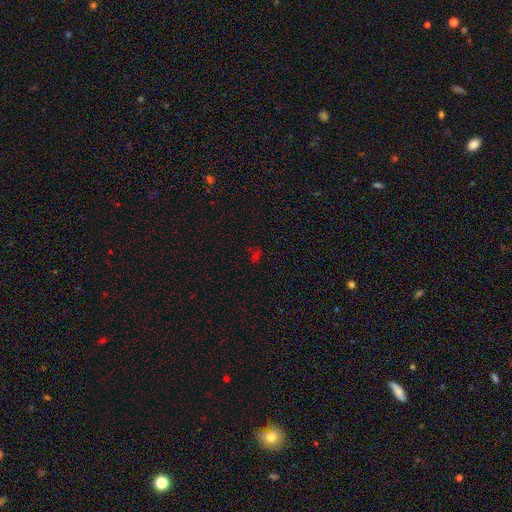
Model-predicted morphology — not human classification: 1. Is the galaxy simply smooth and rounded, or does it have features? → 50% star or artifact, 43% smooth, 8% featured or disk.